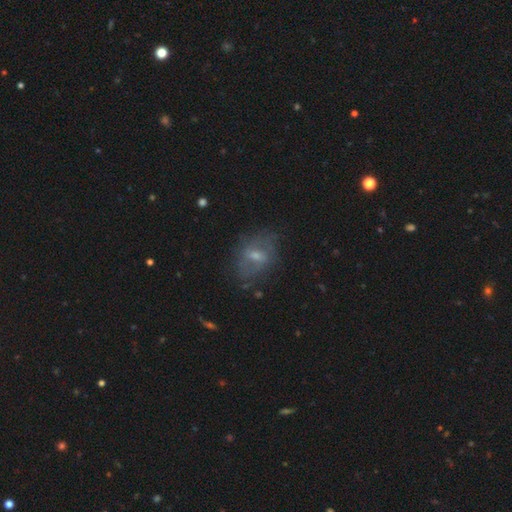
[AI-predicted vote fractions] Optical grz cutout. It shows a featured or disk galaxy (46%). Merging: none (65%).